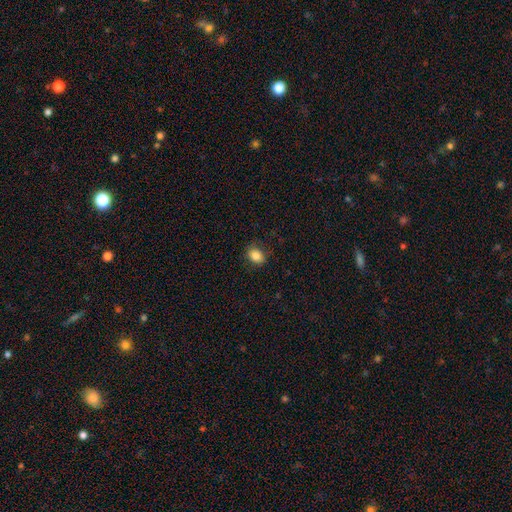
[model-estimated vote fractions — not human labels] Smooth or featured? smooth (85%)
How rounded? in between (60%)
Merging? none (80%)